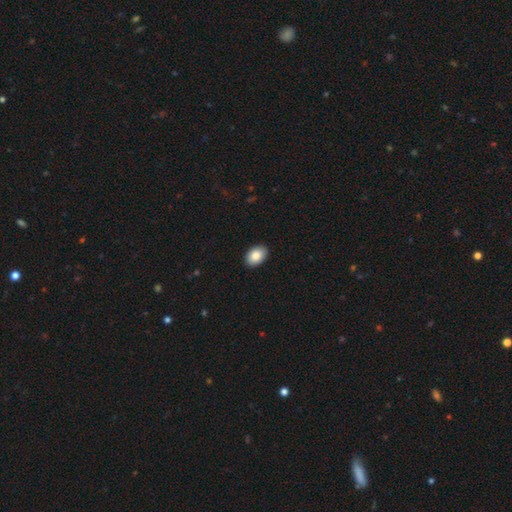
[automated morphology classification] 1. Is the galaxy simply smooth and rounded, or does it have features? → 87% smooth, 7% star or artifact, 7% featured or disk.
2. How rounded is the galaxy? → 87% in between, 12% round, 1% cigar-shaped.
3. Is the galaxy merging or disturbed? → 91% none, 7% minor disturbance, 2% major disturbance, 1% merger.